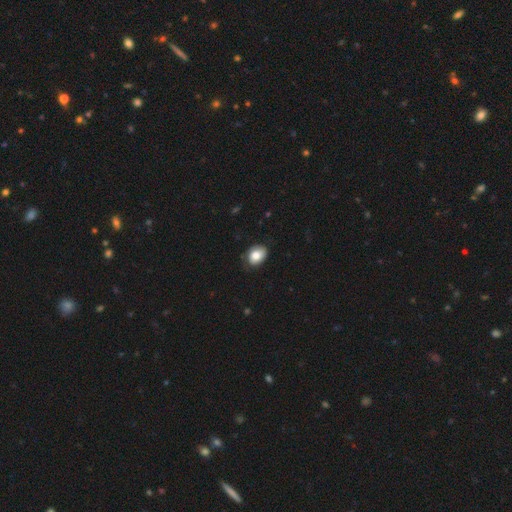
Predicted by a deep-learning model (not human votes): Smooth or featured? smooth (79%)
How rounded? in between (70%)
Merging? none (72%)